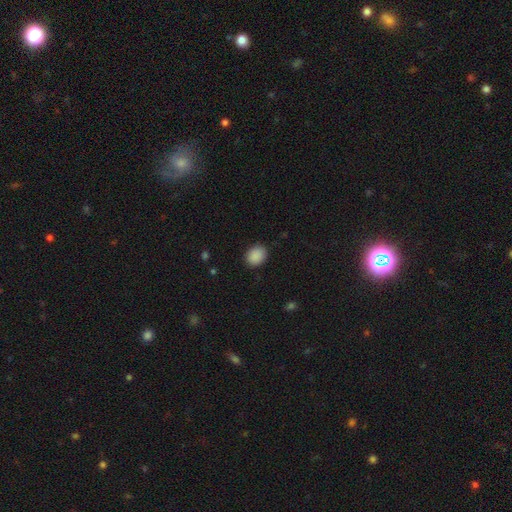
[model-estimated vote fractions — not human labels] This appears to be a smooth galaxy with no disk features (89%) that is round (53%). Merging: none (87%).